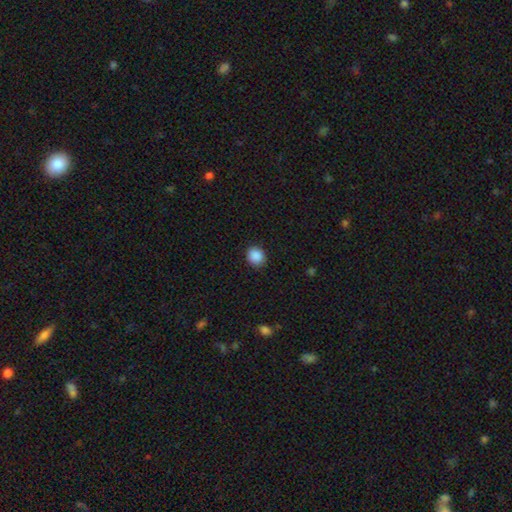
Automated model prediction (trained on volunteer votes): Q: Smooth or featured?
A: smooth (89%); runner-up: star or artifact (9%)
Q: How rounded?
A: round (78%); runner-up: in between (22%)
Q: Merging?
A: none (90%); runner-up: minor disturbance (7%)